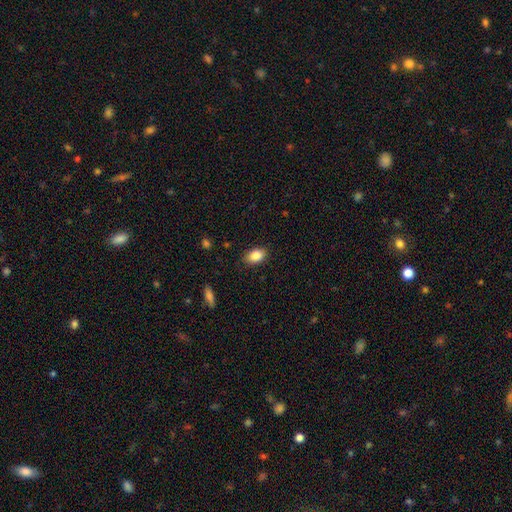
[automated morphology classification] Smooth or featured? Predicted: smooth (p=0.87). How rounded? Predicted: in between (p=0.87). Merging? Predicted: none (p=0.86).